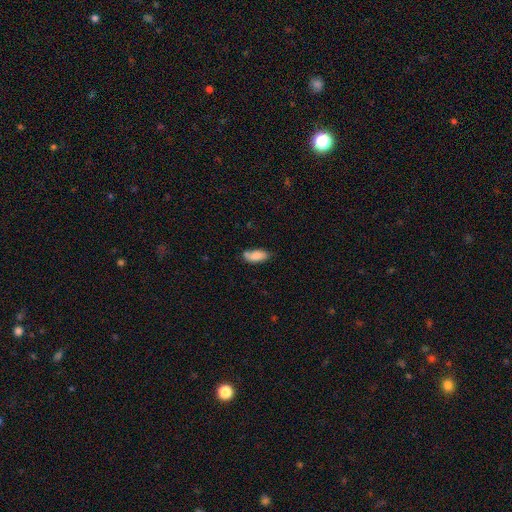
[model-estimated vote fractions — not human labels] This is clearly a smooth galaxy (83%). How rounded: clearly in between (86%). Merging: possibly none (59%).